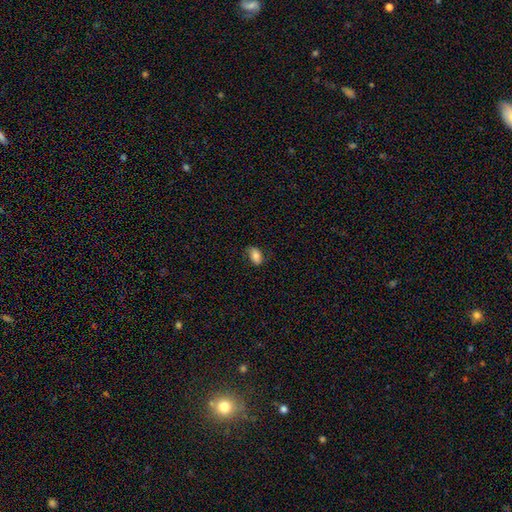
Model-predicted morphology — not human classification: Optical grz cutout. It shows a smooth galaxy with no disk features (80%) that is in between round and cigar-shaped (89%). Merging: none (73%).